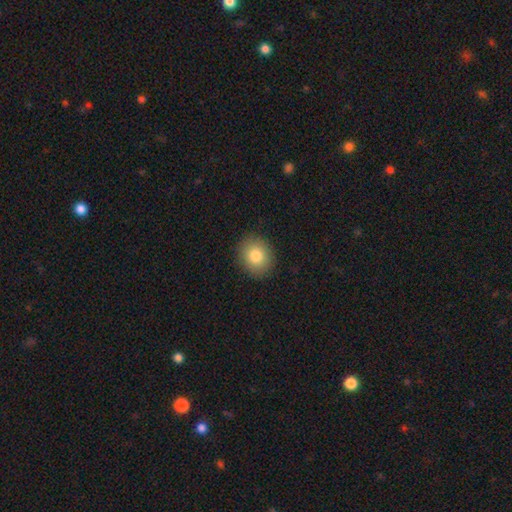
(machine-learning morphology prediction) Q: Smooth or featured?
A: smooth (83%); runner-up: star or artifact (9%)
Q: How rounded?
A: round (71%); runner-up: in between (28%)
Q: Merging?
A: none (90%); runner-up: minor disturbance (7%)